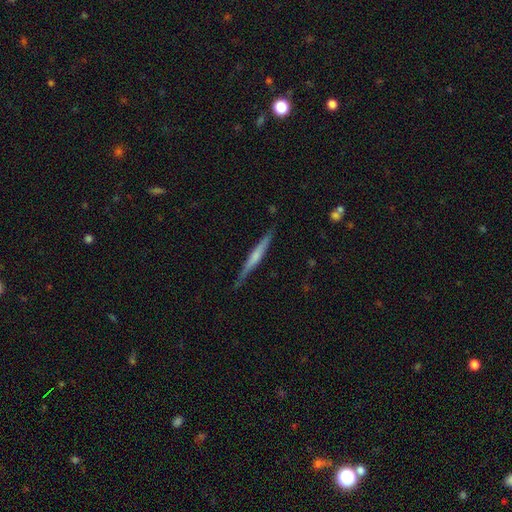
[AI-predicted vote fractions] Smooth or featured? Predicted: featured or disk (p=0.56). Edge-on disk? Predicted: yes (p=0.97). Edge-on bulge? Predicted: none (p=0.47). Merging? Predicted: none (p=0.85).